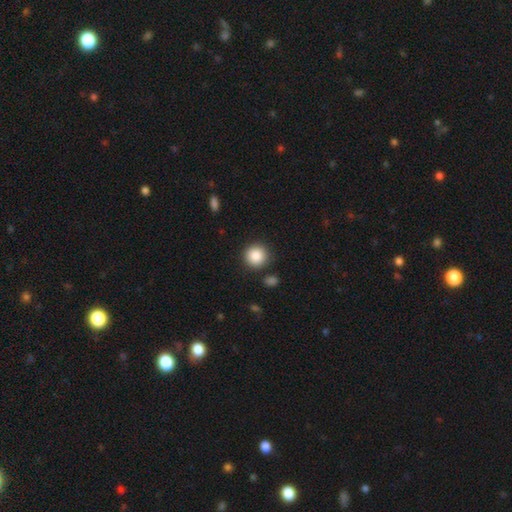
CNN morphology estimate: Overall: smooth (87%). How rounded: round (93%). Merging: none (87%).